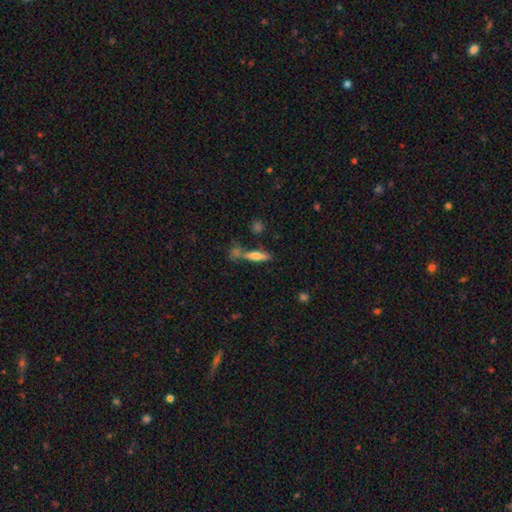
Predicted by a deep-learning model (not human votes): smooth_or_featured: smooth (p=0.60) [alt: featured or disk p=0.32]
how_rounded: cigar-shaped (p=0.69) [alt: in between p=0.29]
merging: none (p=0.62) [alt: merger p=0.18]